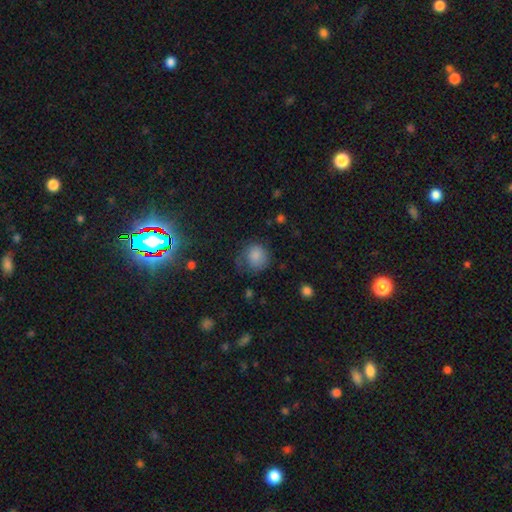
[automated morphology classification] smooth_or_featured: smooth (p=0.82) [alt: star or artifact p=0.09]
how_rounded: round (p=0.83) [alt: in between p=0.16]
merging: none (p=0.57) [alt: minor disturbance p=0.26]